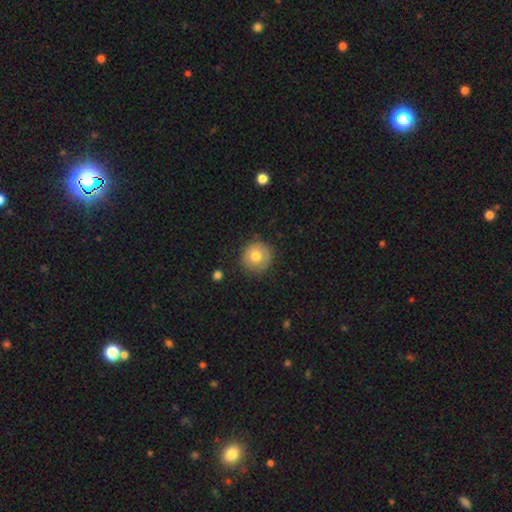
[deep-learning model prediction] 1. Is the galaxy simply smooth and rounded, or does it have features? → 74% smooth, 17% featured or disk, 9% star or artifact.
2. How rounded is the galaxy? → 94% round, 5% in between, 1% cigar-shaped.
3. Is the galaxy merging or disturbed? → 83% none, 12% minor disturbance, 3% major disturbance, 1% merger.